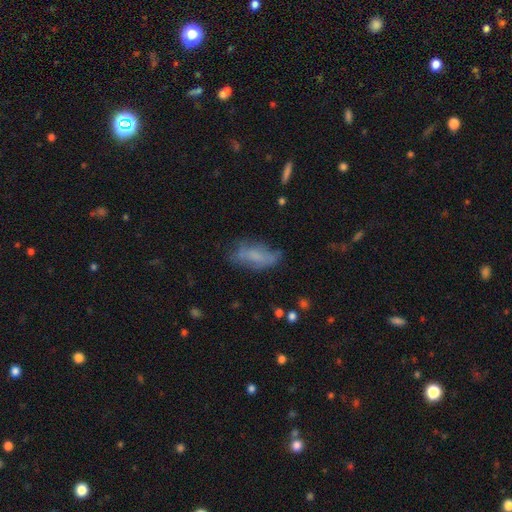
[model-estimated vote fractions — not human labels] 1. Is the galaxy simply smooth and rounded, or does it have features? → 62% smooth, 28% featured or disk, 11% star or artifact.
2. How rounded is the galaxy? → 76% in between, 21% cigar-shaped, 3% round.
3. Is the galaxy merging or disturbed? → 57% none, 27% minor disturbance, 13% major disturbance, 3% merger.